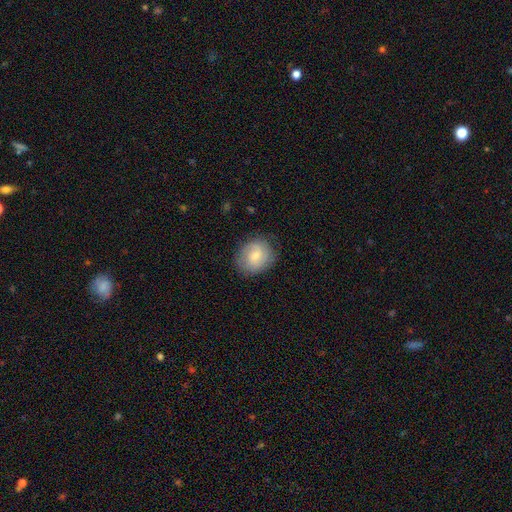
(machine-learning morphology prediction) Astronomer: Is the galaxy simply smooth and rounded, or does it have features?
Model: smooth — 66%.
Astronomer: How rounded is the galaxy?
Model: round — 68%.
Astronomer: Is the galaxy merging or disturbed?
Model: none — 78%.